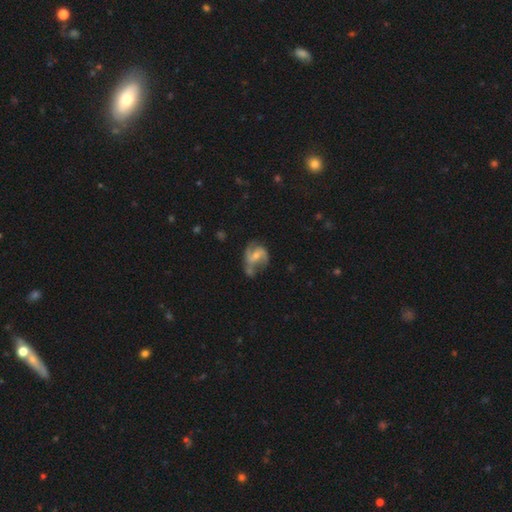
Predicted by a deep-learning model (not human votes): This appears to be a featured or disk galaxy (79%) with a weak bar (47%), 2 (84%) medium (48%) spiral arms (93%) and a small central bulge (51%). Merging: none (47%).